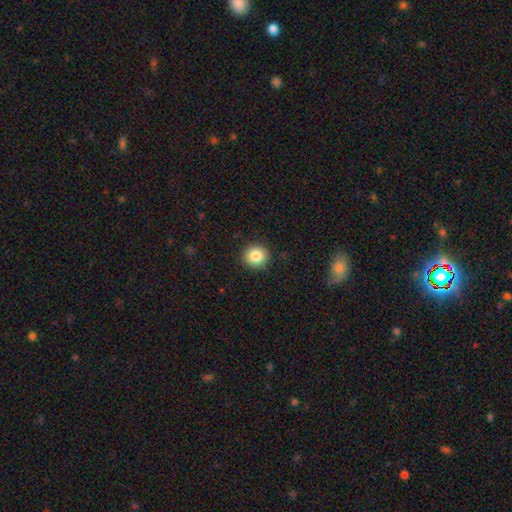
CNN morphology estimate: smooth_or_featured: smooth (p=0.85) [alt: star or artifact p=0.09]
how_rounded: round (p=0.88) [alt: in between p=0.11]
merging: none (p=0.91) [alt: minor disturbance p=0.06]